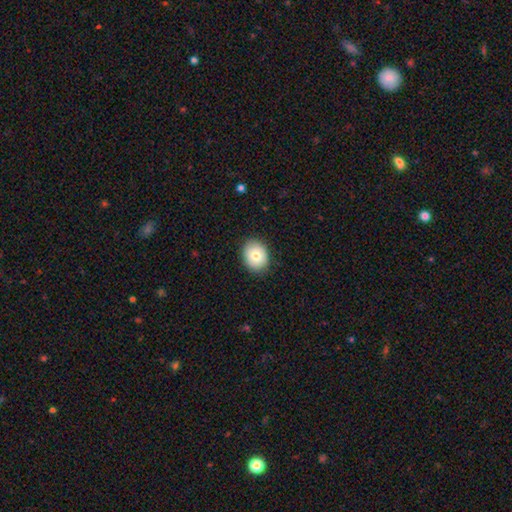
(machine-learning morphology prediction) Overall: smooth (80%). How rounded: round (50%, tied with in between). Merging: none (87%).